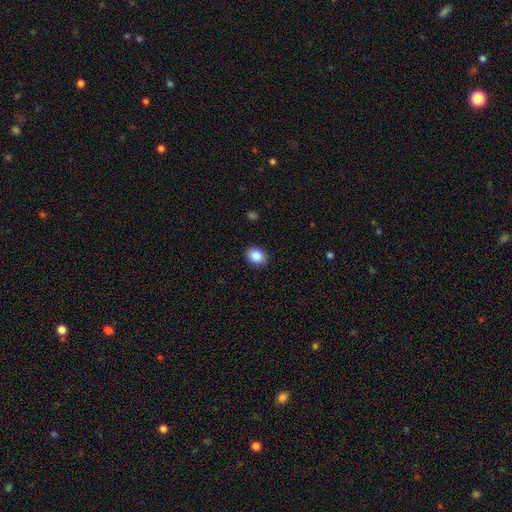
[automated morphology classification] A smooth galaxy with no disk features (87%) that is in between round and cigar-shaped (57%).

Vote fractions:
- Smooth or featured? smooth: 87% / star or artifact: 8% / featured or disk: 5%
- How rounded? in between: 57% / round: 42% / cigar-shaped: 1%
- Merging? none: 90% / minor disturbance: 7% / major disturbance: 2% / merger: 1%